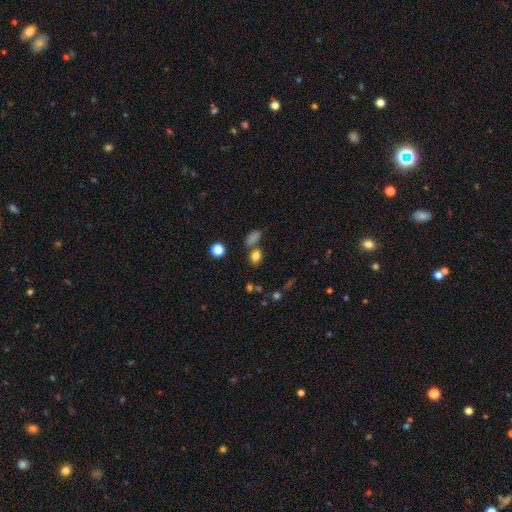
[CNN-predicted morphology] Smooth or featured? smooth (79%)
How rounded? in between (56%)
Merging? none (65%)